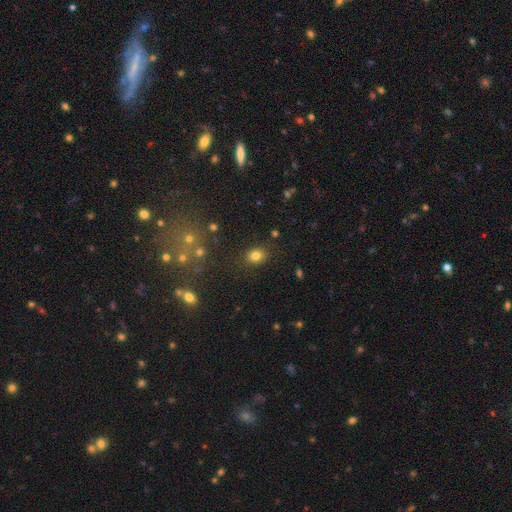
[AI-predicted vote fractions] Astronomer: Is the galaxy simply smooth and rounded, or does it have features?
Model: smooth — 81%.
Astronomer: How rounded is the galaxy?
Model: round — 62% (runner-up: in between, 37%).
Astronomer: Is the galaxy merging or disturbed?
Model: none — 85%.